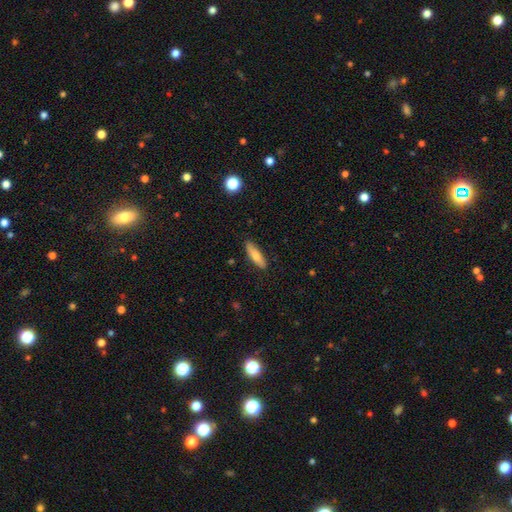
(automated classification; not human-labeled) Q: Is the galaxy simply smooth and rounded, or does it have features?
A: smooth — 70%.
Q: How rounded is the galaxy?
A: cigar-shaped — 58%.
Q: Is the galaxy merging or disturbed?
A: none — 86%.